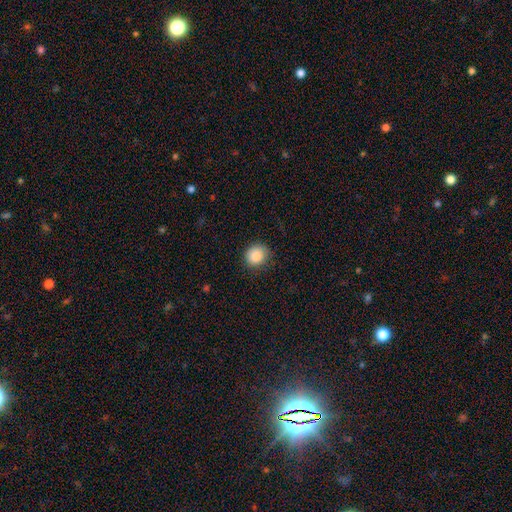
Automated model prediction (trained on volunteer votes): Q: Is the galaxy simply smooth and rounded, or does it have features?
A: smooth — 87%.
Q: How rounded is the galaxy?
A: round — 82%.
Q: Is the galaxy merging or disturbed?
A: none — 84%.